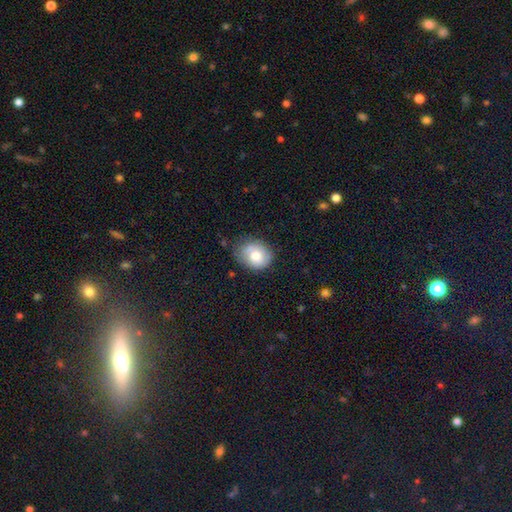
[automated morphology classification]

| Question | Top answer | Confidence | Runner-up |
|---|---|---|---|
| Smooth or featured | smooth | 71% | featured or disk (21%) |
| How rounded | round | 52% | in between (47%) |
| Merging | none | 70% | minor disturbance (23%) |